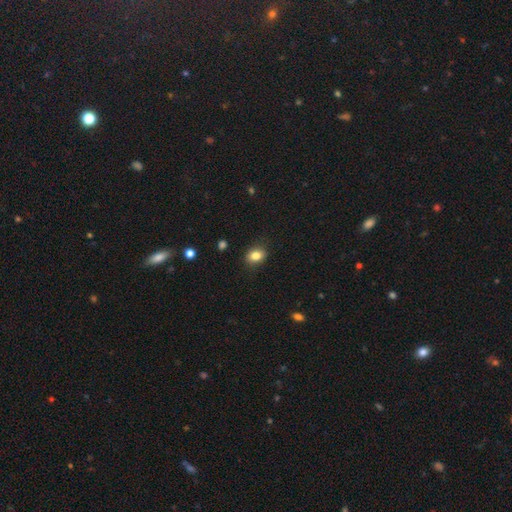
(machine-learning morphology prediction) Smooth or featured?
  - smooth: 83% *
  - star or artifact: 10%
  - featured or disk: 7%
How rounded?
  - in between: 58% *
  - round: 40%
  - cigar-shaped: 1%
Merging?
  - none: 86% *
  - minor disturbance: 11%
  - major disturbance: 2%
  - merger: 1%